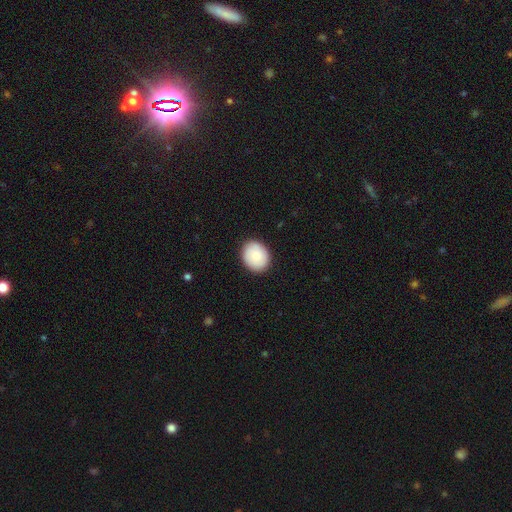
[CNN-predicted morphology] A smooth galaxy with no disk features (78%) that is round (61%). Merging: none (89%).